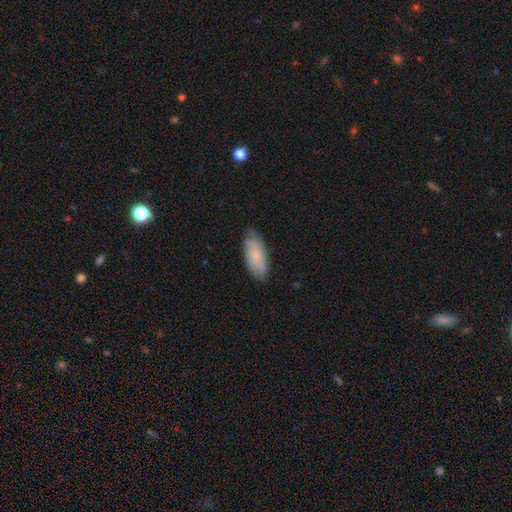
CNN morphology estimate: Smooth or featured? Predicted: smooth (p=0.73). How rounded? Predicted: in between (p=0.84). Merging? Predicted: none (p=0.73).